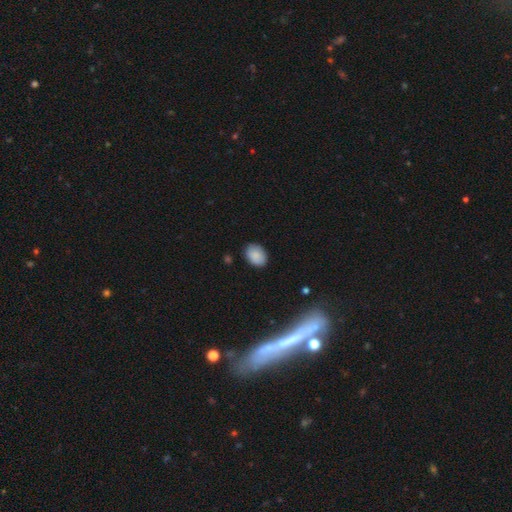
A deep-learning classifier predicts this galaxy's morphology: Smooth or featured?
  - smooth: 87% *
  - star or artifact: 8%
  - featured or disk: 5%
How rounded?
  - in between: 69% *
  - round: 30%
  - cigar-shaped: 1%
Merging?
  - none: 84% *
  - minor disturbance: 13%
  - major disturbance: 2%
  - merger: 1%